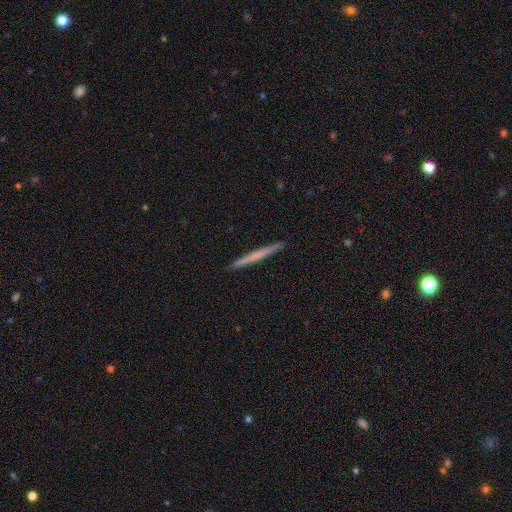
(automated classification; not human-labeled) The model was most divided on "smooth or featured": smooth: 54%, featured or disk: 41%, star or artifact: 5%. More confident: how rounded — cigar-shaped (97%); merging — none (93%).